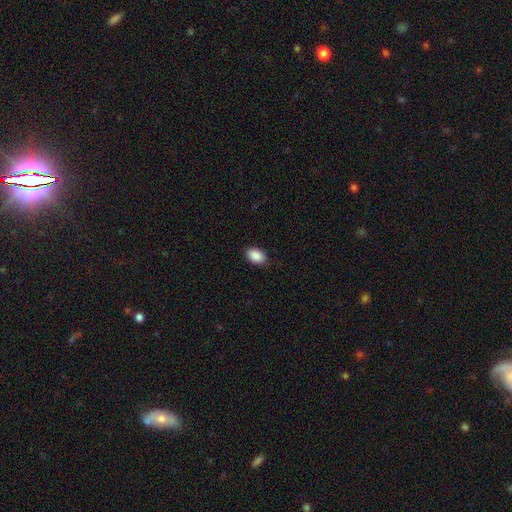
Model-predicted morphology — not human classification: This appears to be a smooth galaxy with no disk features (90%) that is in between round and cigar-shaped (87%). Merging: none (87%).